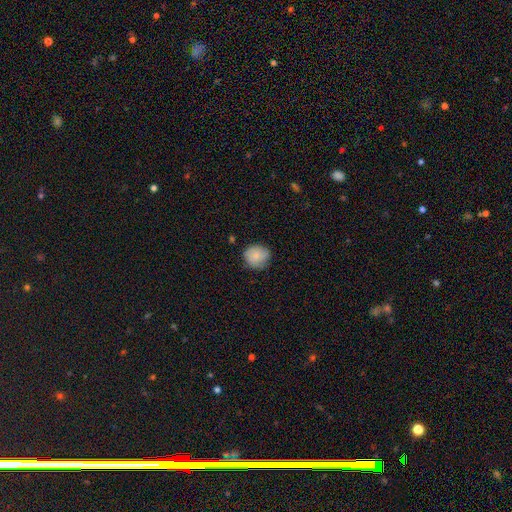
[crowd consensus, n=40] This is clearly a smooth galaxy (80%). How rounded: likely round (75%). Merging: likely none (75%).